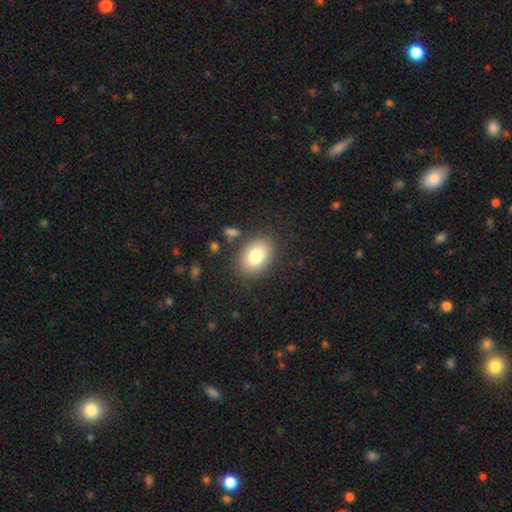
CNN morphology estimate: smooth 81%, featured or disk 11%, star or artifact 9%. Down the decision tree: how rounded — in between (75%); merging — none (83%).